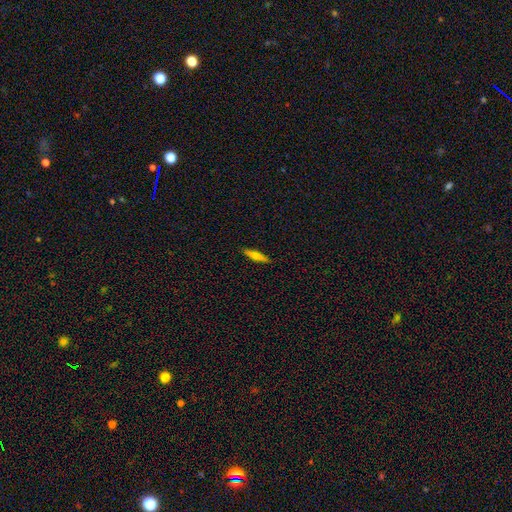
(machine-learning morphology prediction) Overall: smooth (61%; featured or disk 32%). How rounded: cigar-shaped (83%). Merging: none (89%).